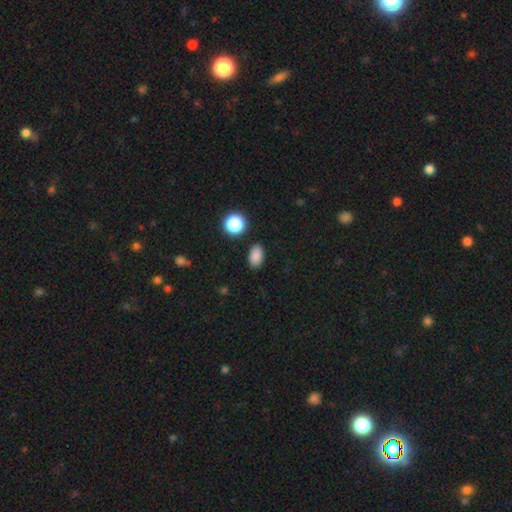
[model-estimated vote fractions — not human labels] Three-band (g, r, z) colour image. It shows a smooth galaxy with no disk features (85%) that is in between round and cigar-shaped (86%). Merging: none (86%).